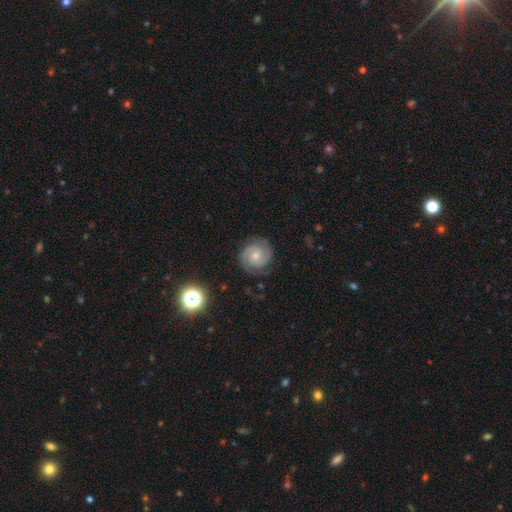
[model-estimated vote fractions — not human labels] The model was most divided on "bulge size": small: 49%, moderate: 44%, none: 4%, large: 2%, dominant: 1%. More confident: edge-on disk — no (98%); spiral arms — yes (97%); spiral arm count — 2 (87%); smooth or featured — featured or disk (82%); merging — none (82%); bar — no (67%); spiral winding — tight (60%).